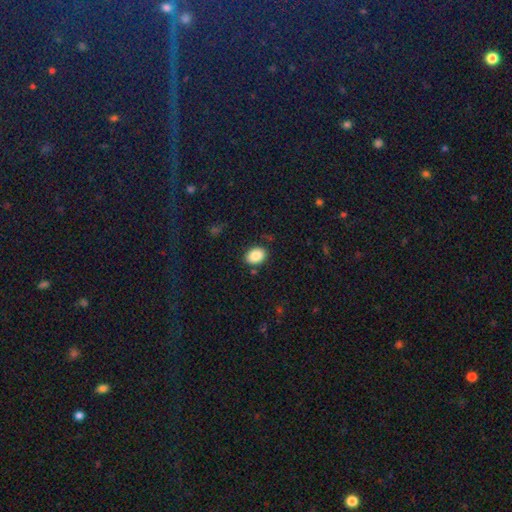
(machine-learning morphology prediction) A smooth galaxy with no disk features (87%) that is in between round and cigar-shaped (70%). Merging: none (85%).